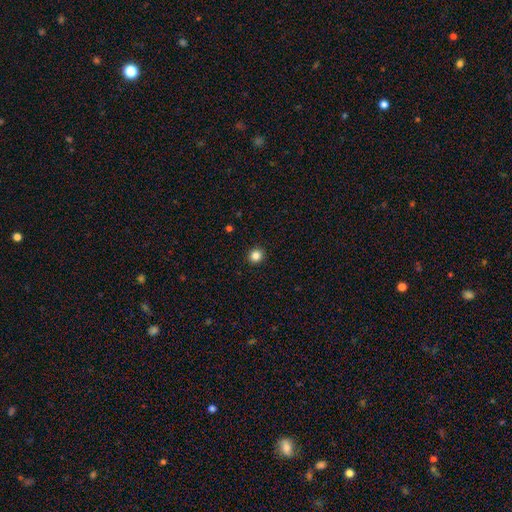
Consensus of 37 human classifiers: Smooth or featured? 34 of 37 (92%) said smooth. How rounded? 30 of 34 (88%) said round. Merging? 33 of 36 (92%) said none.